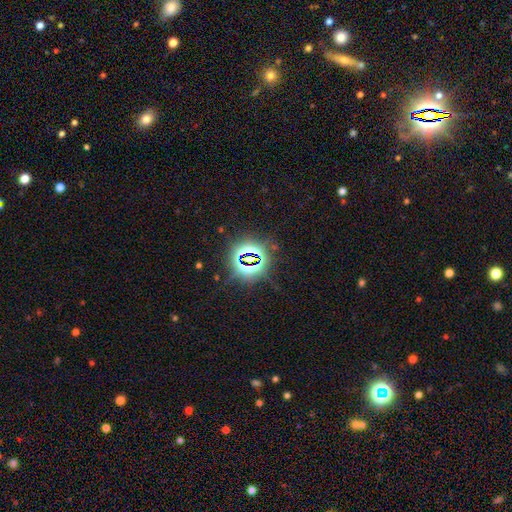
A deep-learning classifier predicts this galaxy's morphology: Smooth or featured? star or artifact (80%)